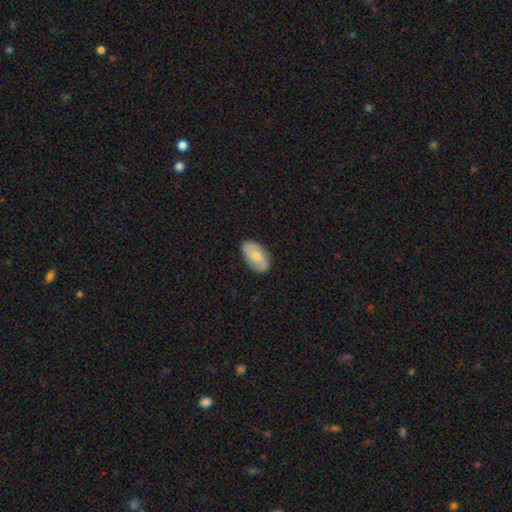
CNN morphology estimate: Q: Smooth or featured?
A: smooth (49%); runner-up: featured or disk (44%)
Q: Merging?
A: none (82%); runner-up: minor disturbance (14%)